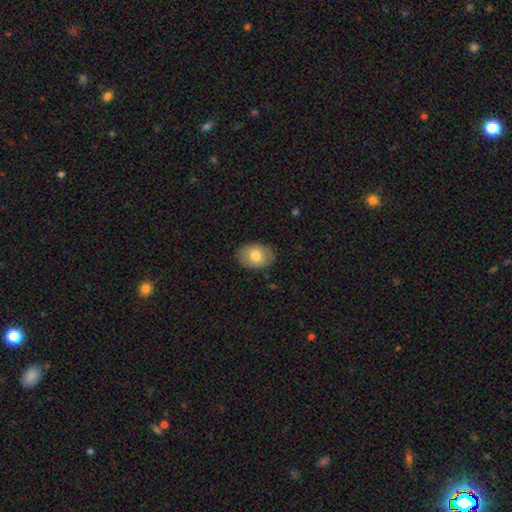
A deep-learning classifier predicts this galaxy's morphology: type=smooth (75%); roundness=in between (76%); merging=none (85%).